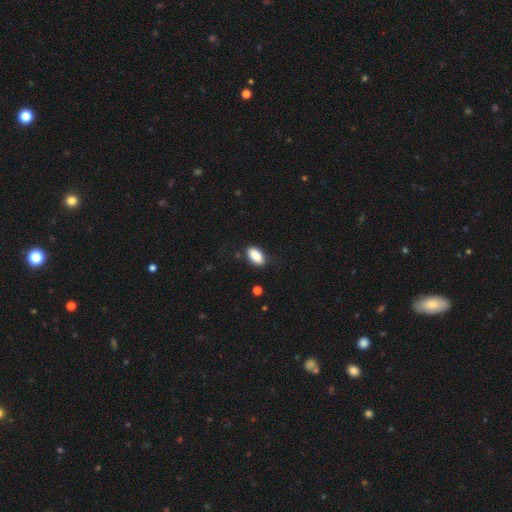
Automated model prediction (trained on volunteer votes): smooth_or_featured: smooth (p=0.87) [alt: star or artifact p=0.07]
how_rounded: in between (p=0.91) [alt: cigar-shaped p=0.05]
merging: none (p=0.78) [alt: minor disturbance p=0.16]